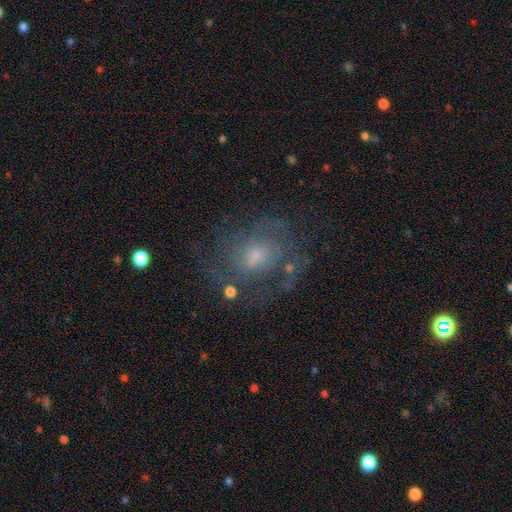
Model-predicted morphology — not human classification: featured or disk 66%, smooth 22%, star or artifact 12%. Down the decision tree: edge-on disk — no (97%); bar — no (65%); spiral arms — yes (80%); spiral arm count — can't tell (43%); spiral winding — medium (42%, tied with tight); bulge size — small (46%); merging — none (65%).